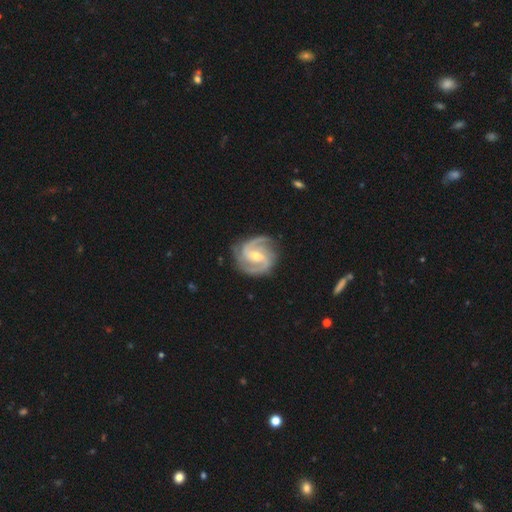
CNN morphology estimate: This is clearly a featured or disk galaxy (93%). It is clearly not viewed edge-on (98%). Bar: possibly weak (45%). Spiral arm pattern: clearly yes (99%). Spiral arm count: possibly 2 (54%). Spiral winding: possibly medium (50%). Central bulge: possibly small (53%). Merging: clearly none (82%).